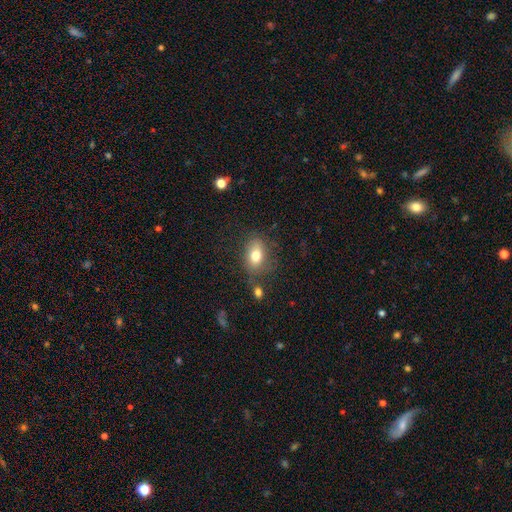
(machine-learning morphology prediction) Smooth or featured? smooth (78%)
How rounded? in between (77%)
Merging? none (68%)